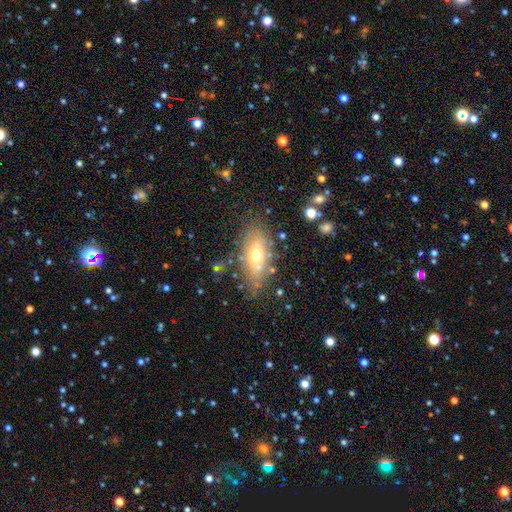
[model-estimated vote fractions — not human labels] Overall: smooth (52%; featured or disk 38%). How rounded: in between (72%). Merging: none (68%).